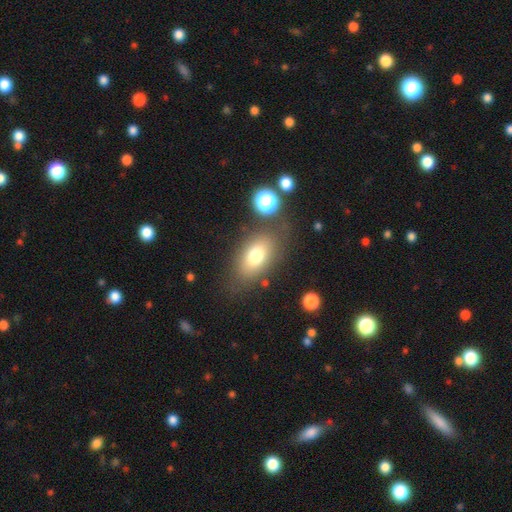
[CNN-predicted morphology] Q: Smooth or featured?
A: smooth (75%); runner-up: featured or disk (14%)
Q: How rounded?
A: in between (85%); runner-up: round (12%)
Q: Merging?
A: none (74%); runner-up: minor disturbance (14%)